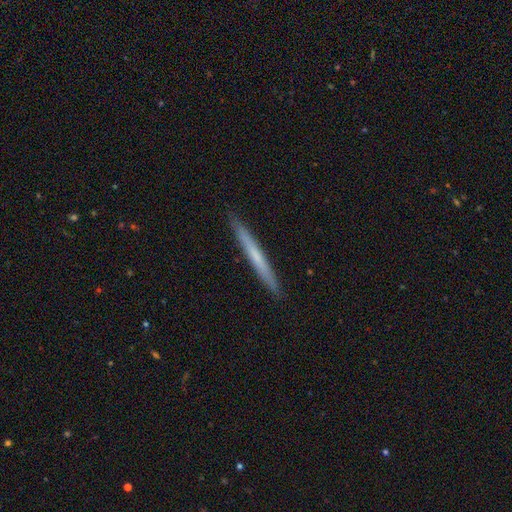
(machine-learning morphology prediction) smooth_or_featured: smooth (p=0.54) [alt: featured or disk p=0.41]
how_rounded: cigar-shaped (p=0.97) [alt: in between p=0.02]
merging: none (p=0.92) [alt: minor disturbance p=0.06]